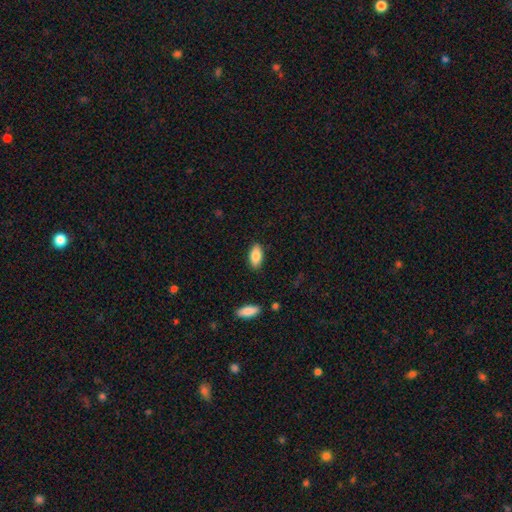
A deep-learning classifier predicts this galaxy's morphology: A smooth galaxy with no disk features (85%) that is in between round and cigar-shaped (89%). Merging: none (86%).